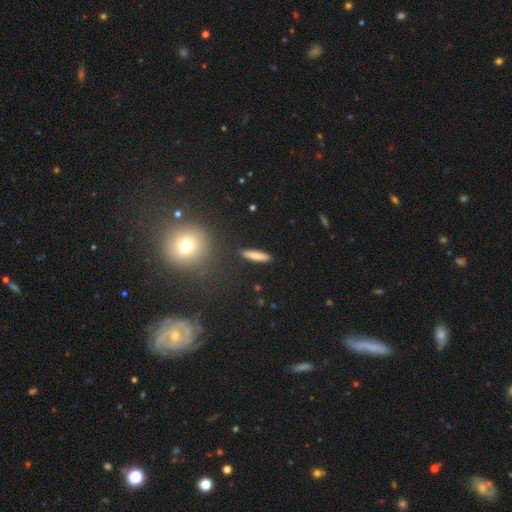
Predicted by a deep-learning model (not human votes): A smooth galaxy with no disk features (76%) that is cigar-shaped (83%).

Vote fractions:
- Smooth or featured? smooth: 76% / featured or disk: 17% / star or artifact: 8%
- How rounded? cigar-shaped: 83% / in between: 15% / round: 2%
- Merging? none: 88% / minor disturbance: 8% / major disturbance: 2% / merger: 2%